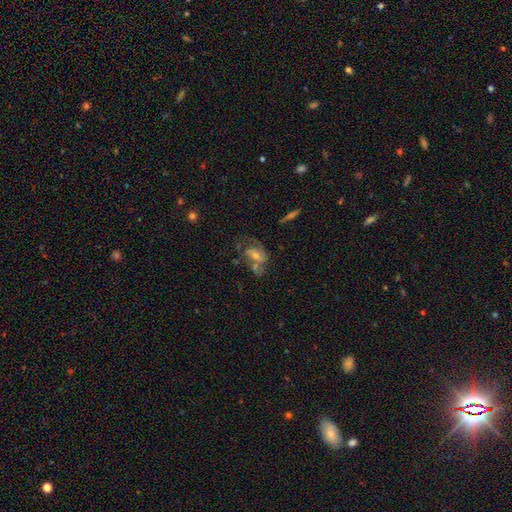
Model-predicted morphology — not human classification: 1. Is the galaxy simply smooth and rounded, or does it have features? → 66% featured or disk, 21% smooth, 14% star or artifact.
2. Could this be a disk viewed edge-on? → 95% no, 5% yes.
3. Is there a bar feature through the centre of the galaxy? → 58% no, 33% weak, 9% strong.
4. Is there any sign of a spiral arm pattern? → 76% yes, 24% no.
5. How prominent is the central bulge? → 50% moderate, 41% small, 4% none, 4% large, 1% dominant.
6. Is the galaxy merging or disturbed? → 42% none, 20% merger, 20% major disturbance, 18% minor disturbance.